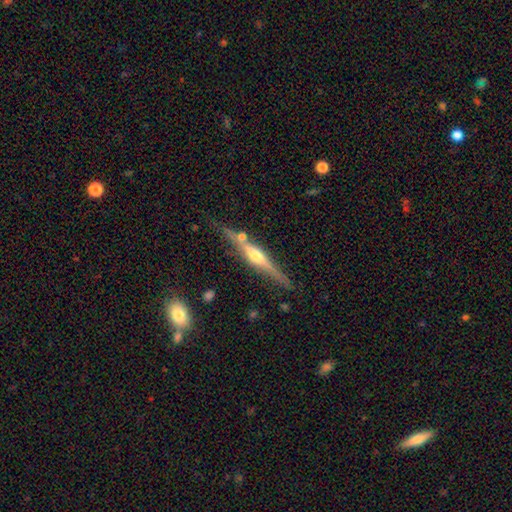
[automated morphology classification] smooth-or-featured: featured or disk: 76% | smooth: 18% | star or artifact: 6%
  disk-edge-on: yes: 97% | no: 3%
    edge-on-bulge: rounded: 84% | boxy: 9% | none: 7%
  merging: none: 77% | minor disturbance: 13% | merger: 7% | major disturbance: 3%